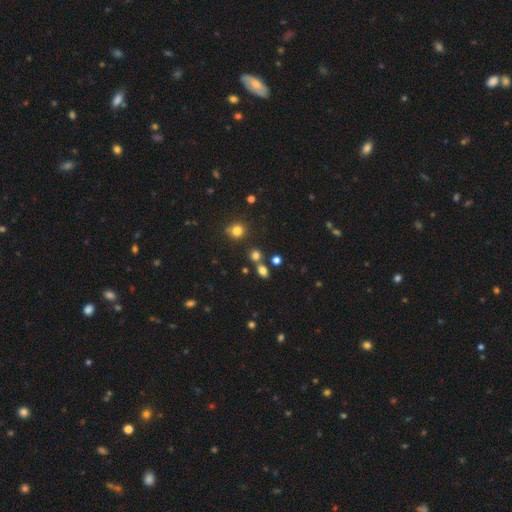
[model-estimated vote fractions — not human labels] Morphology: type=smooth (74%); roundness=round (60%); merging=none (65%).